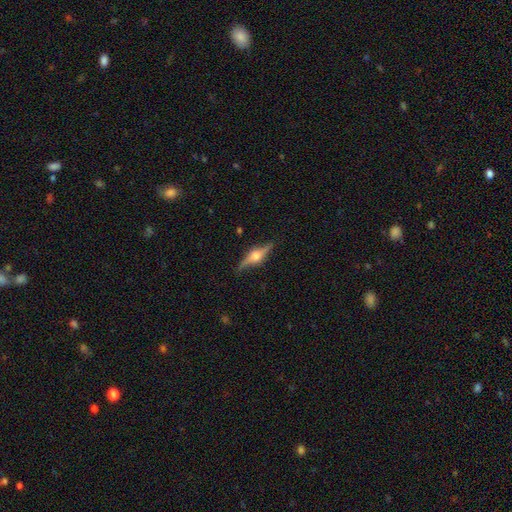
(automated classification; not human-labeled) Smooth or featured? featured or disk (78%)
Edge-on disk? yes (94%)
Edge-on bulge? rounded (94%)
Merging? none (84%)